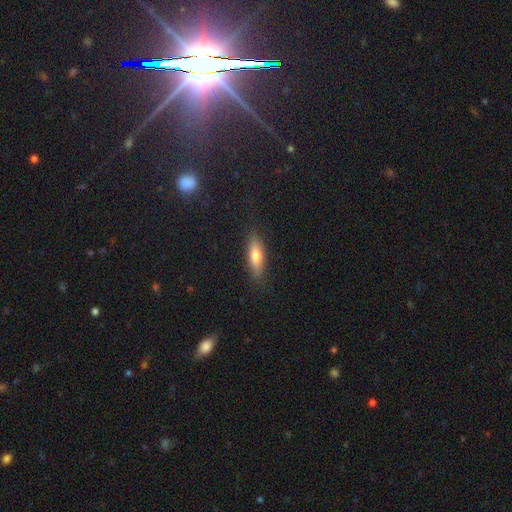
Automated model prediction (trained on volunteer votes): Smooth or featured? smooth (69%)
How rounded? cigar-shaped (49%, tied with in between)
Merging? none (86%)